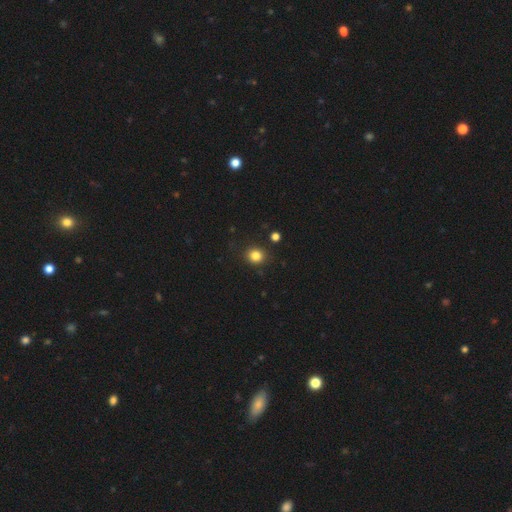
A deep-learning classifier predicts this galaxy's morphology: smooth_or_featured: smooth (p=0.83) [alt: star or artifact p=0.12]
how_rounded: round (p=0.83) [alt: in between p=0.16]
merging: none (p=0.87) [alt: minor disturbance p=0.08]